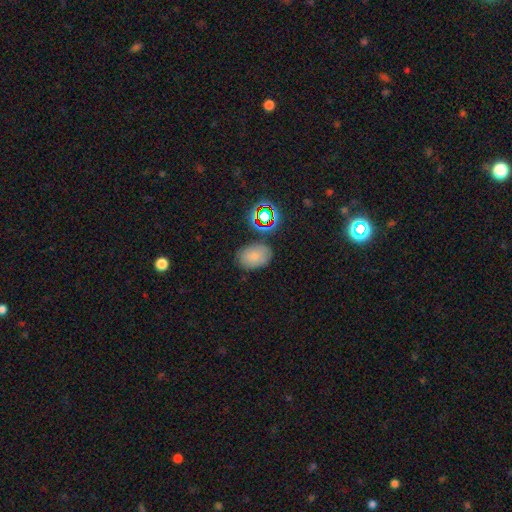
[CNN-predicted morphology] Overall: smooth (72%). How rounded: in between (82%). Merging: none (75%).